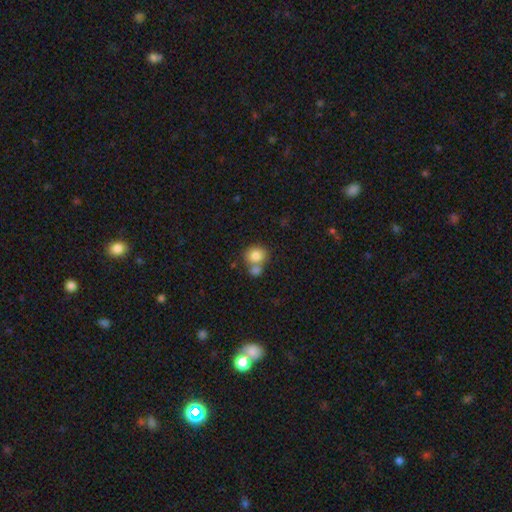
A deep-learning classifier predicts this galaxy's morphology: The model was most divided on "merging": none: 47%, merger: 41%, minor disturbance: 9%, major disturbance: 3%. More confident: smooth or featured — smooth (81%); how rounded — round (78%).